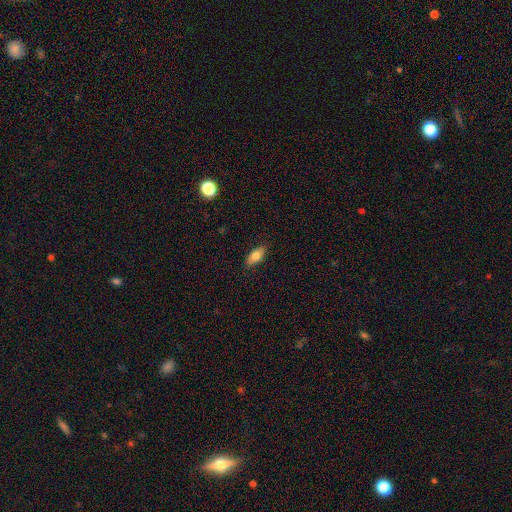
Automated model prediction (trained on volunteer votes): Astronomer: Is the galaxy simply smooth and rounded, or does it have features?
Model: smooth — 77%.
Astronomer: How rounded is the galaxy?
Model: in between — 86%.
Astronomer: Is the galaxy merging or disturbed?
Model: none — 86%.